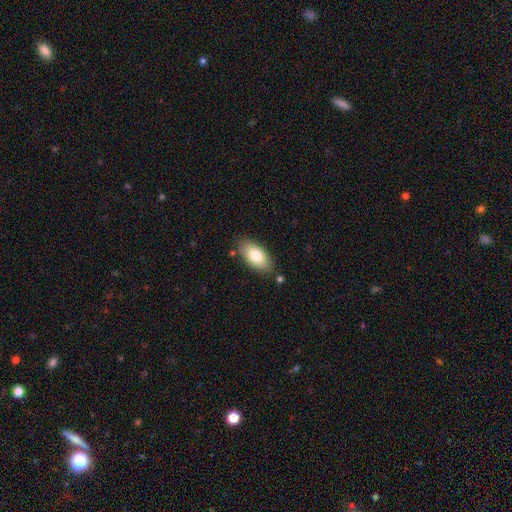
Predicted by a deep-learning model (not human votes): Smooth or featured? Predicted: smooth (p=0.79). How rounded? Predicted: in between (p=0.92). Merging? Predicted: none (p=0.81).